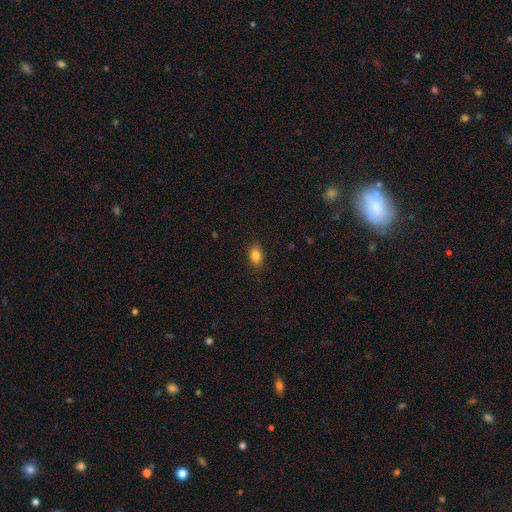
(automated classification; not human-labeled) This is clearly a smooth galaxy (83%). How rounded: likely in between (79%). Merging: clearly none (88%).